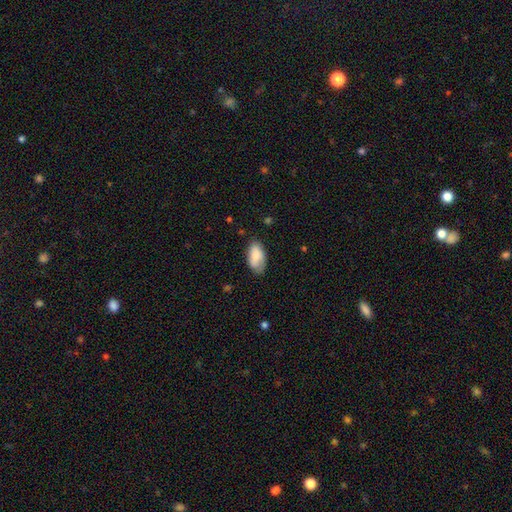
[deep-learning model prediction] A smooth galaxy with no disk features (82%) that is in between round and cigar-shaped (94%). Merging: none (71%).